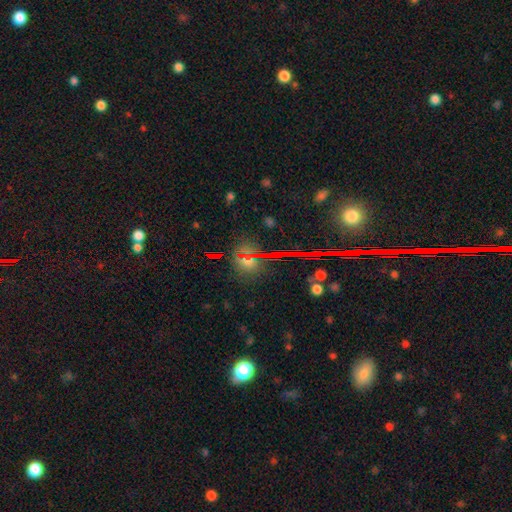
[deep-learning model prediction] Smooth or featured?
  - star or artifact: 66% *
  - smooth: 21%
  - featured or disk: 14%